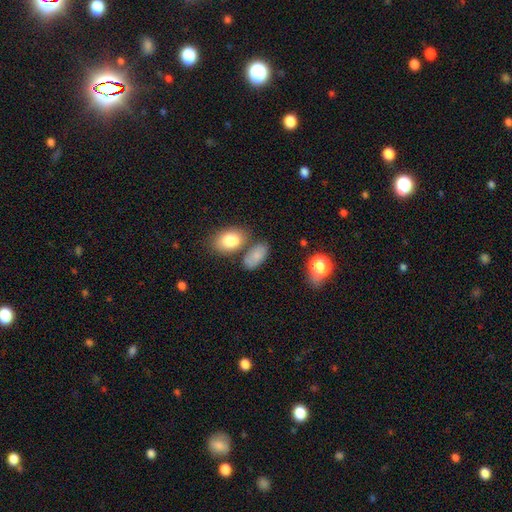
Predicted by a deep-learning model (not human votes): smooth_or_featured: smooth (p=0.78) [alt: featured or disk p=0.11]
how_rounded: in between (p=0.88) [alt: round p=0.09]
merging: none (p=0.60) [alt: merger p=0.19]